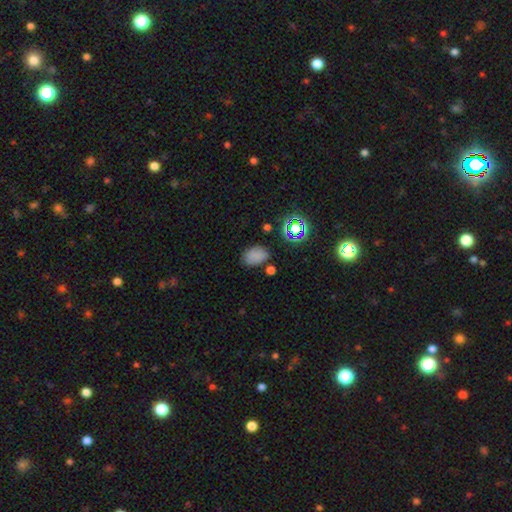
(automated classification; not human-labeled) Smooth or featured?
  - smooth: 74% *
  - star or artifact: 19%
  - featured or disk: 7%
How rounded?
  - in between: 80% *
  - round: 19%
  - cigar-shaped: 1%
Merging?
  - none: 74% *
  - minor disturbance: 16%
  - merger: 5%
  - major disturbance: 5%